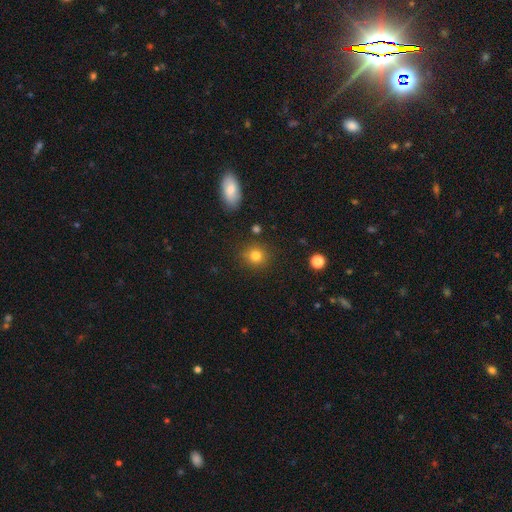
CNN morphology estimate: smooth-or-featured: smooth: 81% | star or artifact: 12% | featured or disk: 6%
  how-rounded: round: 86% | in between: 13% | cigar-shaped: 1%
  merging: none: 86% | minor disturbance: 9% | major disturbance: 3% | merger: 2%